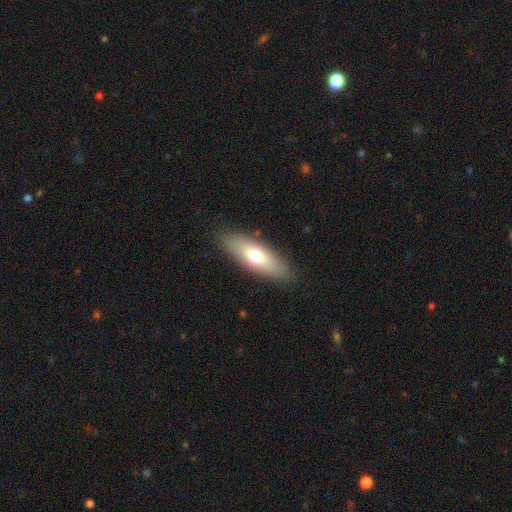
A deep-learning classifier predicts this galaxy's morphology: Smooth or featured?
  - smooth: 70% *
  - featured or disk: 24%
  - star or artifact: 6%
How rounded?
  - in between: 63% *
  - cigar-shaped: 35%
  - round: 2%
Merging?
  - none: 87% *
  - minor disturbance: 9%
  - major disturbance: 2%
  - merger: 1%